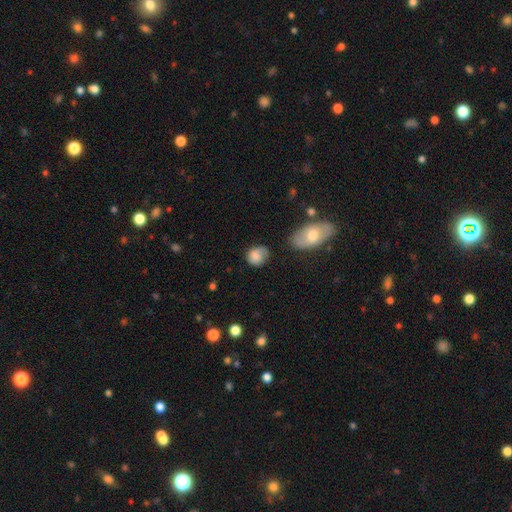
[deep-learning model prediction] Smooth or featured: smooth — 78% (featured or disk — 14%)
How rounded: round — 61% (in between — 38%)
Merging: none — 53% (minor disturbance — 31%)